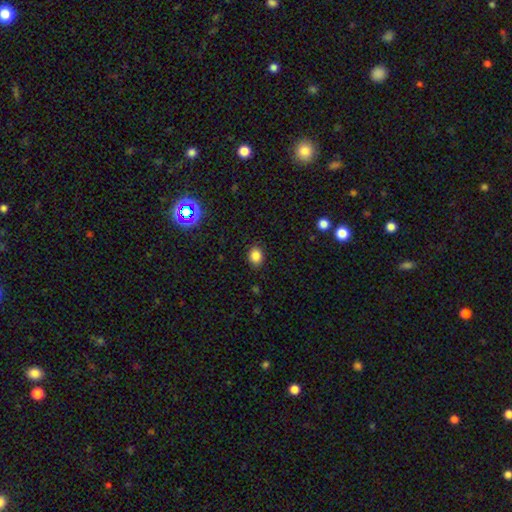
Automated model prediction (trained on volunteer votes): Overall: smooth (83%). How rounded: in between (53%; round 46%). Merging: none (88%).